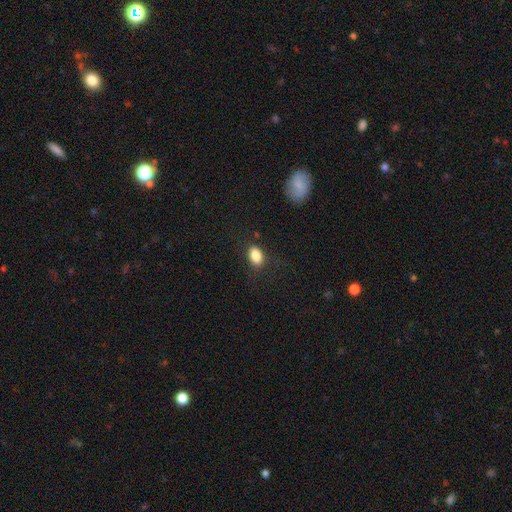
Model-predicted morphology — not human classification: Smooth or featured? Predicted: smooth (p=0.86). How rounded? Predicted: in between (p=0.87). Merging? Predicted: none (p=0.81).